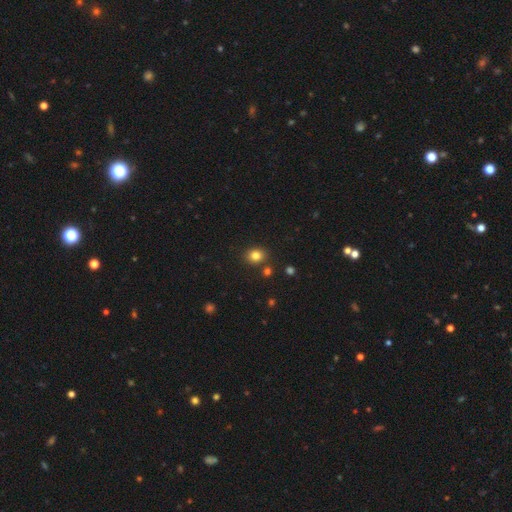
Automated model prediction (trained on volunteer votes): Q: Smooth or featured?
A: smooth (81%); runner-up: star or artifact (13%)
Q: How rounded?
A: round (65%); runner-up: in between (34%)
Q: Merging?
A: none (83%); runner-up: minor disturbance (9%)